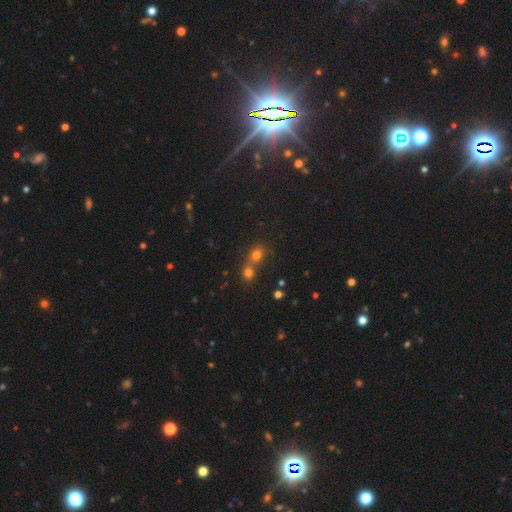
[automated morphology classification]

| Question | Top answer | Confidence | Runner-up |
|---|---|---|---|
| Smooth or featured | smooth | 69% | star or artifact (21%) |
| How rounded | round | 68% | in between (30%) |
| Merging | merger | 57% | none (34%) |